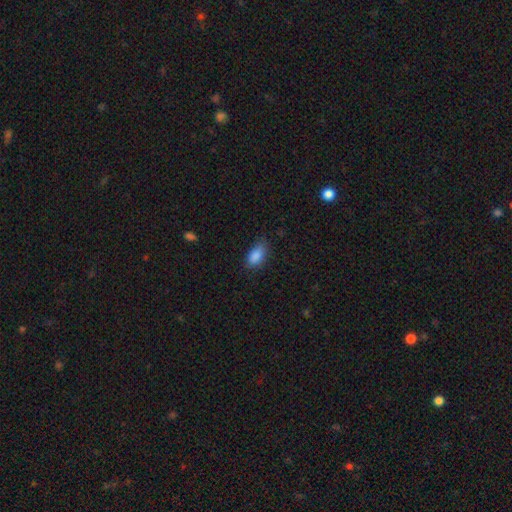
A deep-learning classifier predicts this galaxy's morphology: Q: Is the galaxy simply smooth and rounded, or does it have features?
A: smooth — 87%.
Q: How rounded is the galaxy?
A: in between — 90%.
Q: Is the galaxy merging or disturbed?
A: none — 72%.